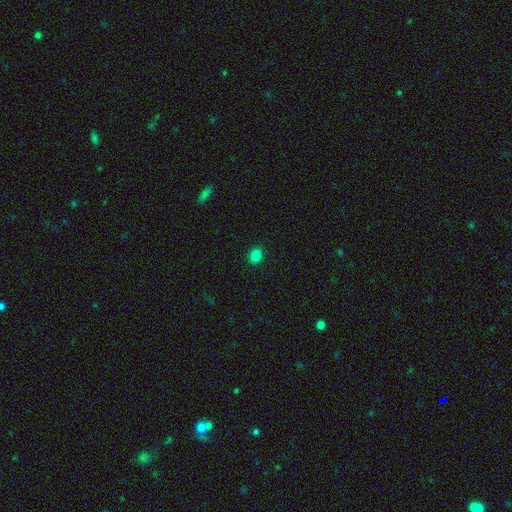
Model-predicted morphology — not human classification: Smooth or featured?
  - smooth: 84% *
  - star or artifact: 12%
  - featured or disk: 4%
How rounded?
  - round: 50% *
  - in between: 49%
  - cigar-shaped: 1%
Merging?
  - none: 90% *
  - minor disturbance: 7%
  - major disturbance: 2%
  - merger: 1%